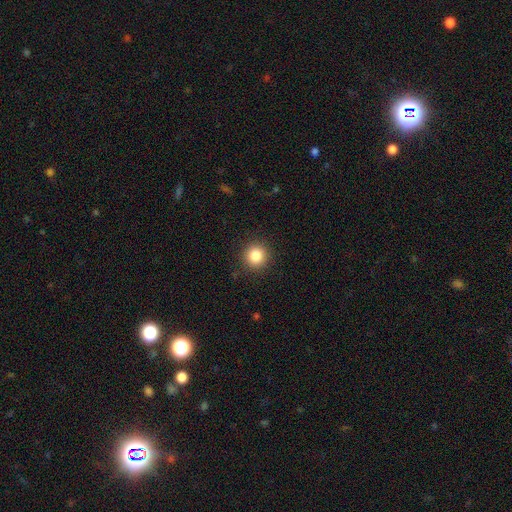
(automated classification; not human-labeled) Smooth or featured?
  - smooth: 85% *
  - star or artifact: 10%
  - featured or disk: 5%
How rounded?
  - round: 93% *
  - in between: 6%
  - cigar-shaped: 1%
Merging?
  - none: 91% *
  - minor disturbance: 6%
  - major disturbance: 2%
  - merger: 1%